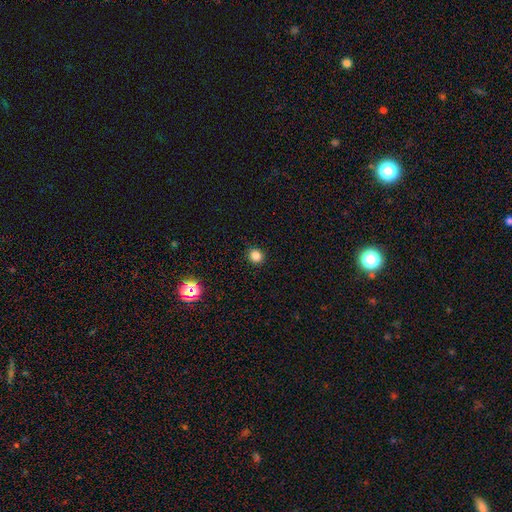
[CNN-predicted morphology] Smooth or featured?
  - smooth: 83% *
  - star or artifact: 14%
  - featured or disk: 4%
How rounded?
  - round: 88% *
  - in between: 11%
  - cigar-shaped: 1%
Merging?
  - none: 91% *
  - minor disturbance: 6%
  - major disturbance: 2%
  - merger: 1%